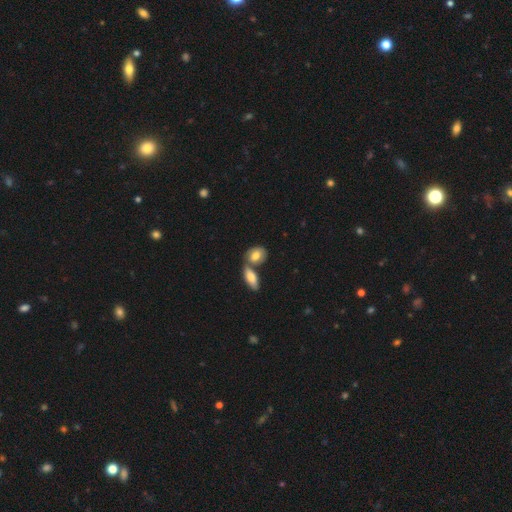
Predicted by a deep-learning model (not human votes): Q: Smooth or featured?
A: smooth (75%); runner-up: featured or disk (19%)
Q: How rounded?
A: in between (78%); runner-up: round (17%)
Q: Merging?
A: none (47%); runner-up: merger (39%)